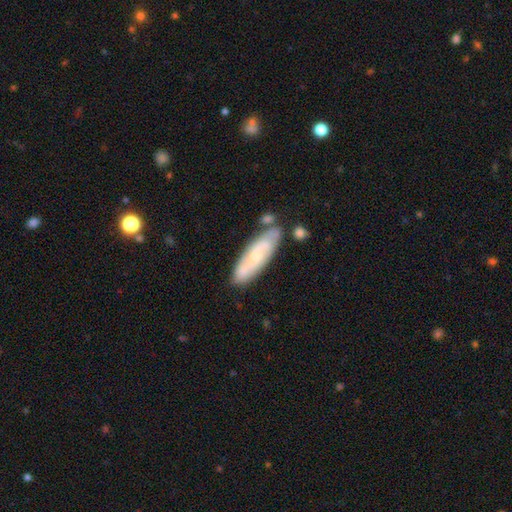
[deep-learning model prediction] A featured or disk galaxy (61%).

Vote fractions:
- Smooth or featured? featured or disk: 61% / smooth: 33% / star or artifact: 6%
- Edge-on disk? no: 79% / yes: 21%
- Merging? none: 67% / minor disturbance: 17% / merger: 12% / major disturbance: 4%